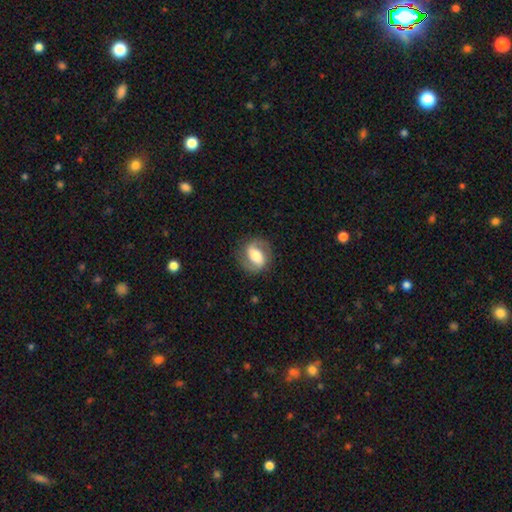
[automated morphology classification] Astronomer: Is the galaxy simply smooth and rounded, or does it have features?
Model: featured or disk — 67%.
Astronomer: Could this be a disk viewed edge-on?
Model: no — 96%.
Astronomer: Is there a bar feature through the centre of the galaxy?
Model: strong — 42% (runner-up: weak, 36%).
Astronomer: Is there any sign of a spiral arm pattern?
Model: yes — 85%.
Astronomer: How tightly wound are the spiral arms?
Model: medium — 47% (runner-up: loose, 29%).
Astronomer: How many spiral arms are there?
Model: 2 — 88%.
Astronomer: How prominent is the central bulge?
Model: moderate — 48% (runner-up: large, 32%).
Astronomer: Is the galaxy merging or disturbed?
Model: none — 81%.